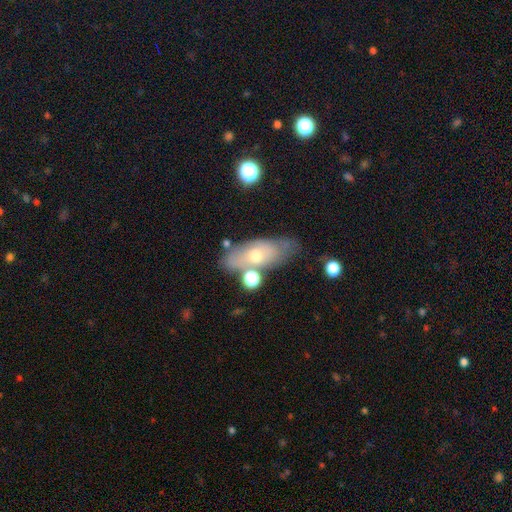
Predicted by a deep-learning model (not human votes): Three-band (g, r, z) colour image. It shows a smooth galaxy with no disk features (50%) that is in between round and cigar-shaped (76%). Merging: none (62%).